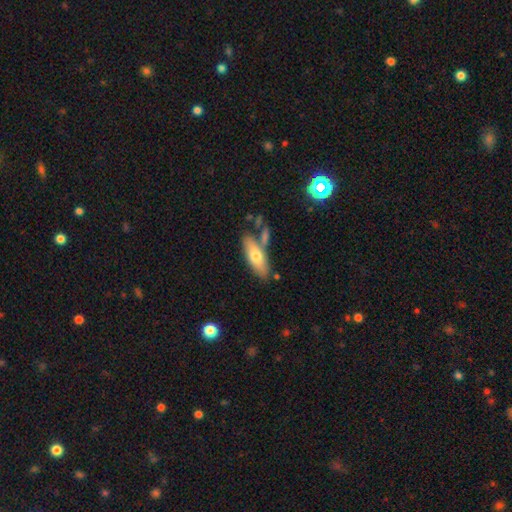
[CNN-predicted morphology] This is likely a smooth galaxy (65%). How rounded: likely in between (66%). Merging: likely none (65%).